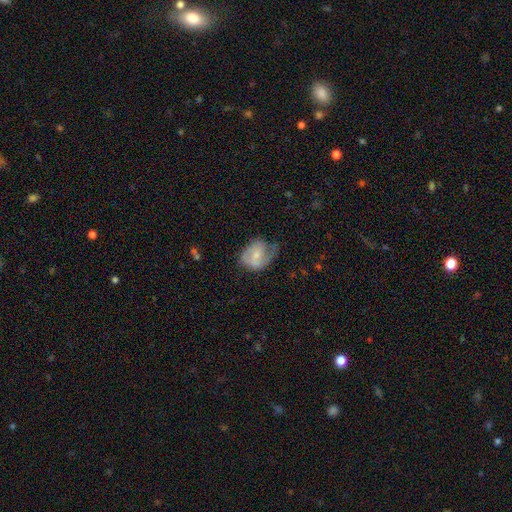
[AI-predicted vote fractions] Smooth or featured? featured or disk (59%)
Edge-on disk? no (97%)
Bar? no (49%)
Spiral arms? yes (84%)
Bulge size? small (51%)
Merging? none (41%)